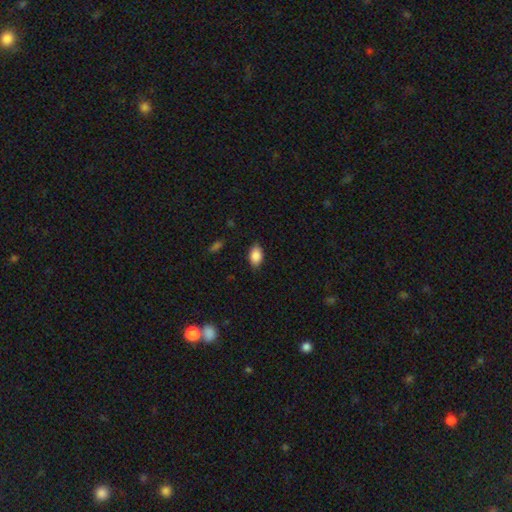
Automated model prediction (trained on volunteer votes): Smooth or featured: smooth — 88% (star or artifact — 7%)
How rounded: in between — 90% (round — 8%)
Merging: none — 84% (minor disturbance — 12%)